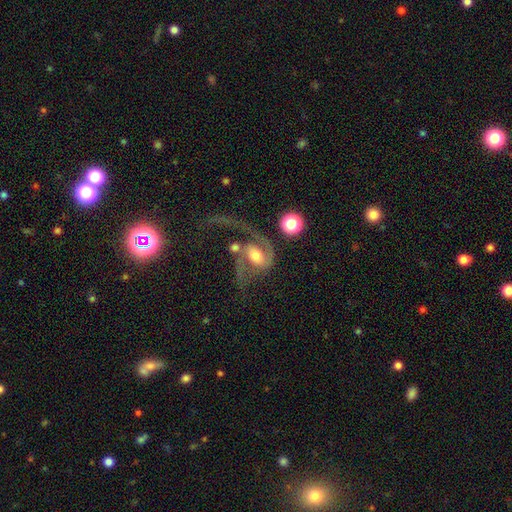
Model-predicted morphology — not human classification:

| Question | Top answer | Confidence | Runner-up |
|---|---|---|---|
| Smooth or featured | featured or disk | 80% | smooth (13%) |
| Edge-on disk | no | 97% | yes (3%) |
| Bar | no | 47% | weak (38%) |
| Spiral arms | yes | 93% | no (7%) |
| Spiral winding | loose | 54% | medium (36%) |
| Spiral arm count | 2 | 68% | 1 (23%) |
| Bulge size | moderate | 59% | large (19%) |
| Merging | major disturbance | 39% | none (25%) |